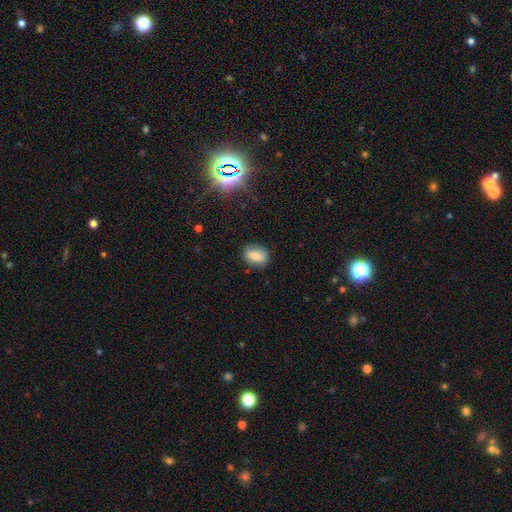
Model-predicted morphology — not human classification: Q: Smooth or featured?
A: smooth (75%); runner-up: featured or disk (15%)
Q: How rounded?
A: in between (74%); runner-up: round (24%)
Q: Merging?
A: none (79%); runner-up: minor disturbance (16%)